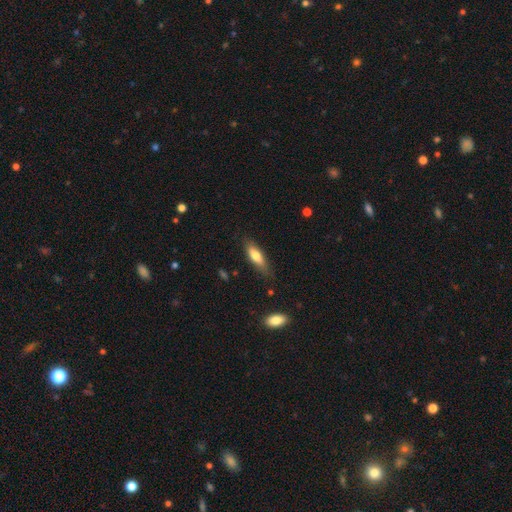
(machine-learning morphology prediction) type=smooth (71%); roundness=cigar-shaped (52%); merging=none (75%).